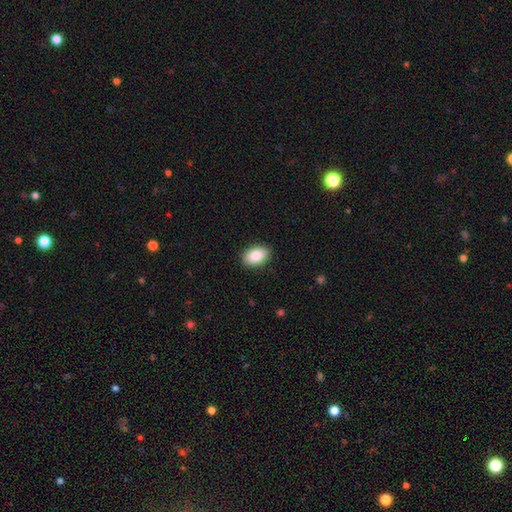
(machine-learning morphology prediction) smooth_or_featured: smooth (p=0.86) [alt: featured or disk p=0.07]
how_rounded: in between (p=0.90) [alt: round p=0.08]
merging: none (p=0.89) [alt: minor disturbance p=0.08]